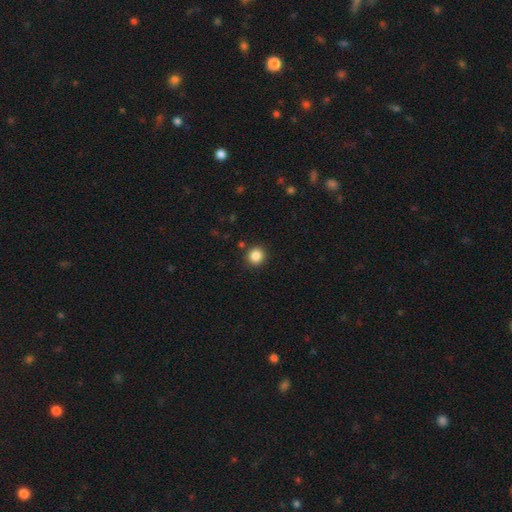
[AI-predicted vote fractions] A smooth galaxy with no disk features (85%) that is round (93%).

Vote fractions:
- Smooth or featured? smooth: 85% / star or artifact: 11% / featured or disk: 4%
- How rounded? round: 93% / in between: 6% / cigar-shaped: 1%
- Merging? none: 90% / minor disturbance: 6% / major disturbance: 2% / merger: 2%